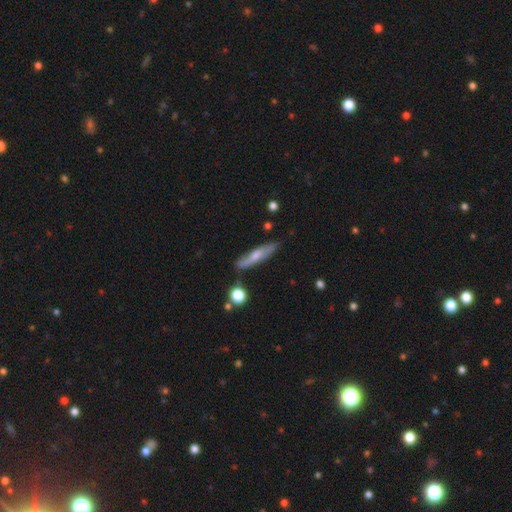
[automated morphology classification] Smooth or featured? smooth (52%)
How rounded? cigar-shaped (82%)
Merging? none (76%)